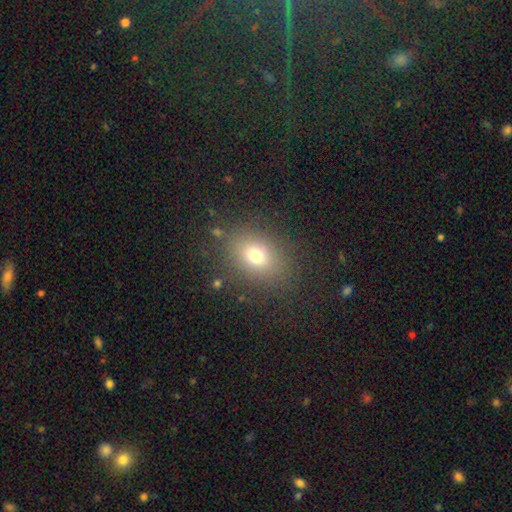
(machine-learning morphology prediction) Overall: smooth (72%). How rounded: in between (62%; round 36%). Merging: none (82%).